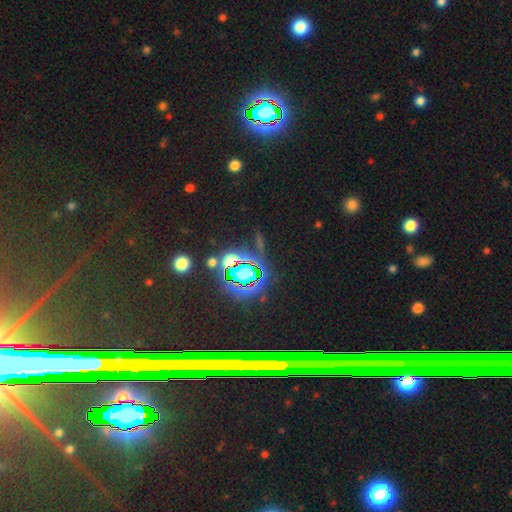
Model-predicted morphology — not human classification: This is clearly a star or artifact rather than a galaxy (81%).